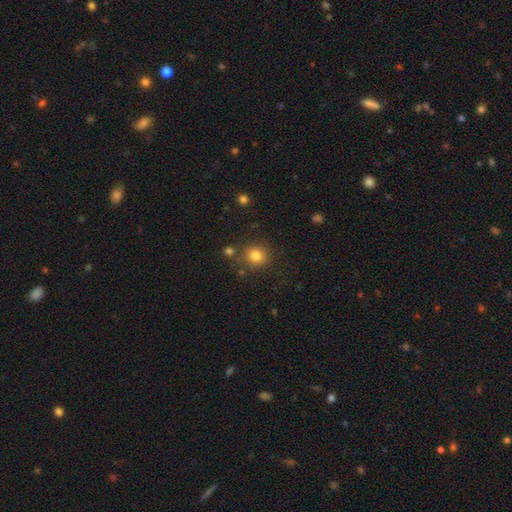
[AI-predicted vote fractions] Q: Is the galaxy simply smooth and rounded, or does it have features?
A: smooth — 82%.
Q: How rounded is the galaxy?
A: round — 87%.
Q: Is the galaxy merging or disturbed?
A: none — 81%.